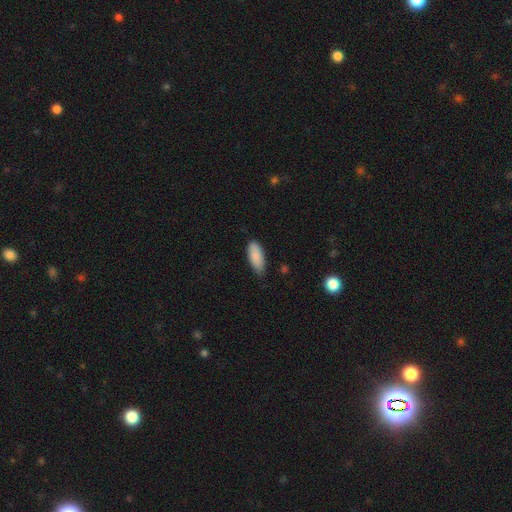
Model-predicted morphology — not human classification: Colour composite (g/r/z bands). It shows a smooth galaxy with no disk features (89%) that is in between round and cigar-shaped (80%). Merging: none (73%).